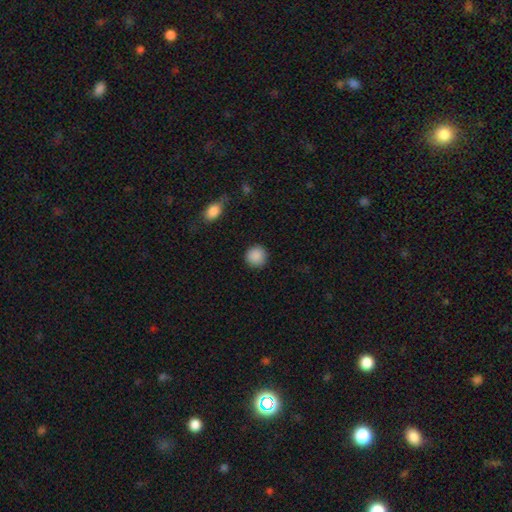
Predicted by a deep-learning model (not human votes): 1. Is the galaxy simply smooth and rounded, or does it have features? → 90% smooth, 8% star or artifact, 3% featured or disk.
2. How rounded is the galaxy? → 93% round, 6% in between, 1% cigar-shaped.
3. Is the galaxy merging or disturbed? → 91% none, 6% minor disturbance, 2% major disturbance, 1% merger.